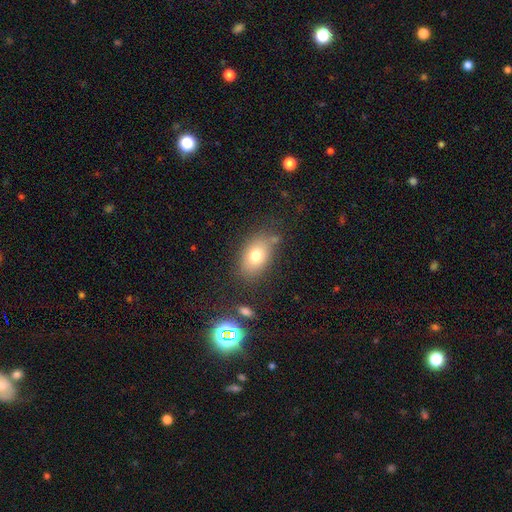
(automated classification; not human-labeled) Smooth or featured? Predicted: smooth (p=0.75). How rounded? Predicted: in between (p=0.83). Merging? Predicted: none (p=0.73).